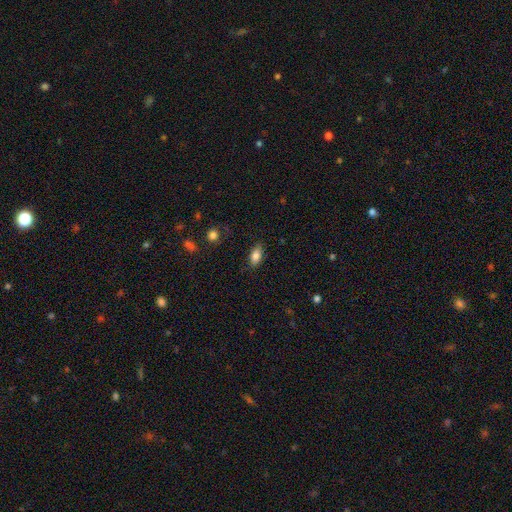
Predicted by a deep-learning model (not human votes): Smooth or featured? smooth (82%)
How rounded? in between (88%)
Merging? none (84%)